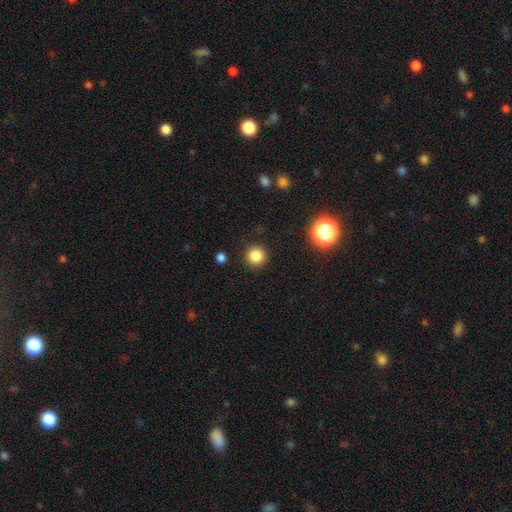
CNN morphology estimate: Smooth or featured? smooth (84%)
How rounded? round (95%)
Merging? none (91%)